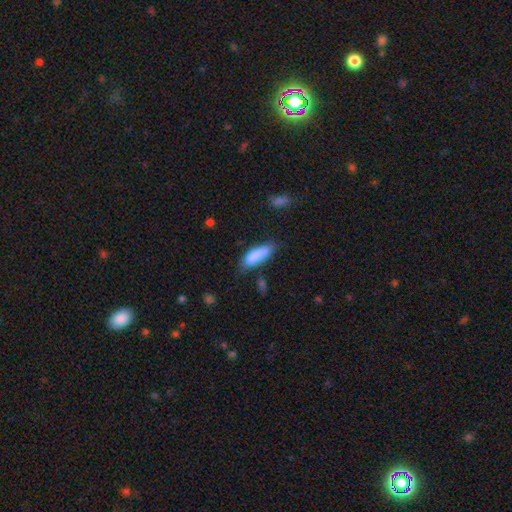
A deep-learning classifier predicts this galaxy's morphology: This appears to be a smooth galaxy with no disk features (84%) that is in between round and cigar-shaped (55%). Merging: none (55%).